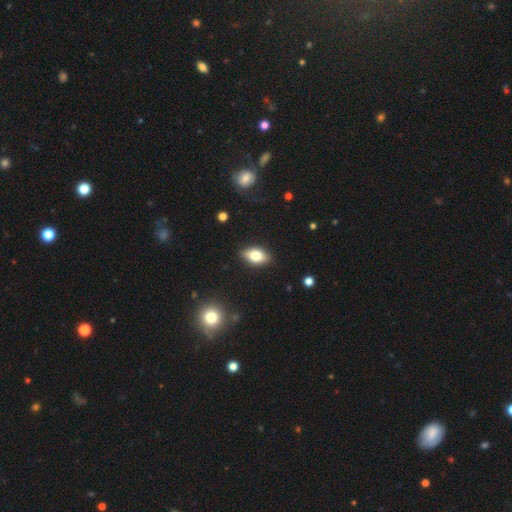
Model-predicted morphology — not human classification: Smooth or featured? smooth (71%)
How rounded? in between (87%)
Merging? none (87%)